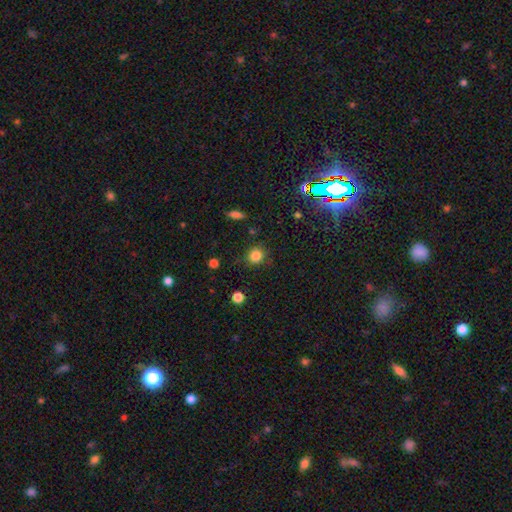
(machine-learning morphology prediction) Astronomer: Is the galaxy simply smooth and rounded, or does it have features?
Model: smooth — 83%.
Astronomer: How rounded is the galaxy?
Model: round — 87%.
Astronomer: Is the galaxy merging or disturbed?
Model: none — 83%.